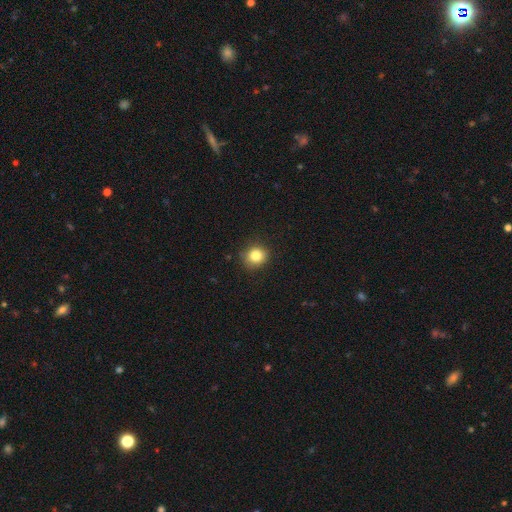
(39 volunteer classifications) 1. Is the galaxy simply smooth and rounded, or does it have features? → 85% smooth, 13% star or artifact, 3% featured or disk.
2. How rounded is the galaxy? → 88% round, 12% in between, 0% cigar-shaped.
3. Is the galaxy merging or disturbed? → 85% none, 12% minor disturbance, 3% merger, 0% major disturbance.